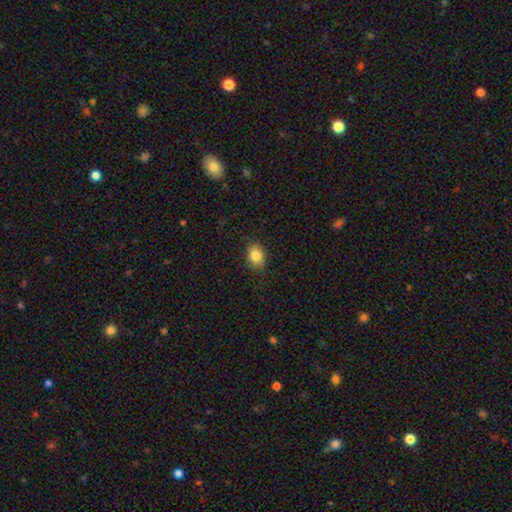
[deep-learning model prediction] The model was most divided on "how rounded": in between: 59%, round: 40%, cigar-shaped: 1%. More confident: merging — none (87%); smooth or featured — smooth (84%).